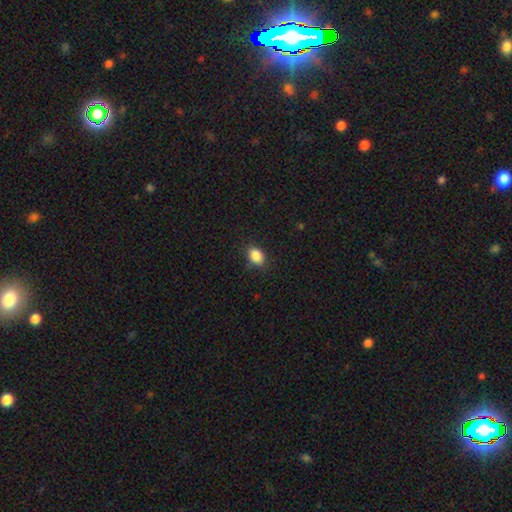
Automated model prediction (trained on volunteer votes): Smooth or featured: smooth — 87% (star or artifact — 9%)
How rounded: in between — 71% (round — 28%)
Merging: none — 83% (minor disturbance — 13%)